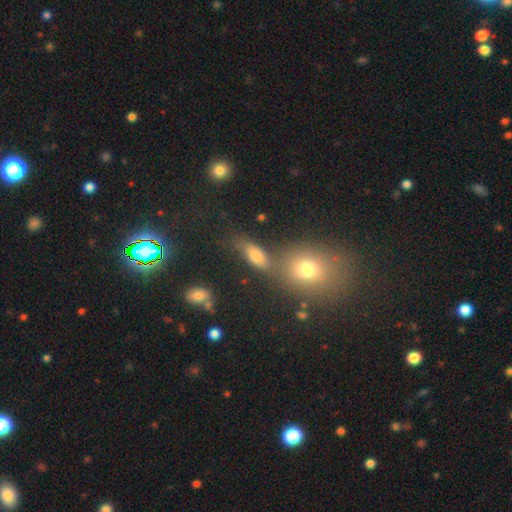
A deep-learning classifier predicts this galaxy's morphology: Smooth or featured?
  - smooth: 62% *
  - star or artifact: 21%
  - featured or disk: 17%
How rounded?
  - in between: 68% *
  - cigar-shaped: 17%
  - round: 15%
Merging?
  - none: 53% *
  - merger: 25%
  - minor disturbance: 14%
  - major disturbance: 8%